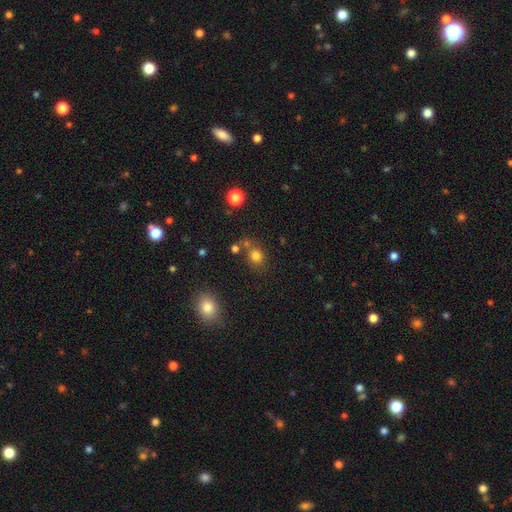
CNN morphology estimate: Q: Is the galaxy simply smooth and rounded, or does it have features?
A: smooth — 79%.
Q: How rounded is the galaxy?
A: round — 73%.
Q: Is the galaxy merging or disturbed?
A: none — 67%.